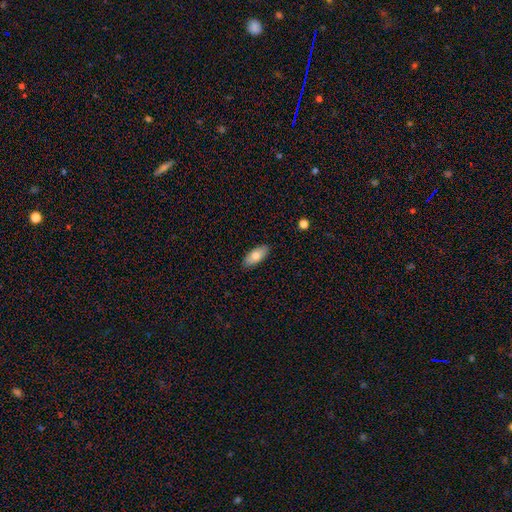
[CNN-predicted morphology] Overall: smooth (78%). How rounded: in between (87%). Merging: none (87%).